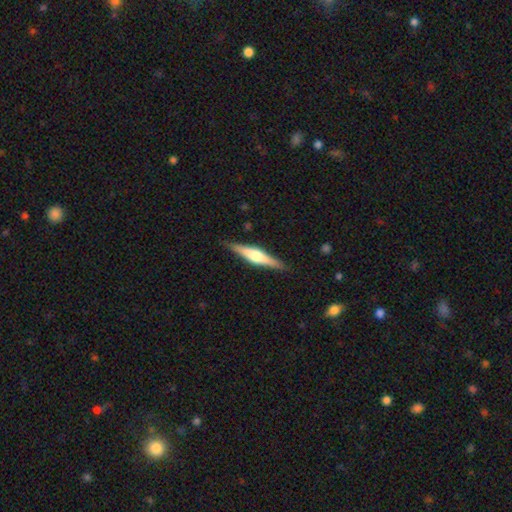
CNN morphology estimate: Q: Smooth or featured?
A: featured or disk (67%); runner-up: smooth (27%)
Q: Edge-on disk?
A: yes (97%); runner-up: no (3%)
Q: Edge-on bulge?
A: rounded (86%); runner-up: boxy (11%)
Q: Merging?
A: none (89%); runner-up: minor disturbance (8%)